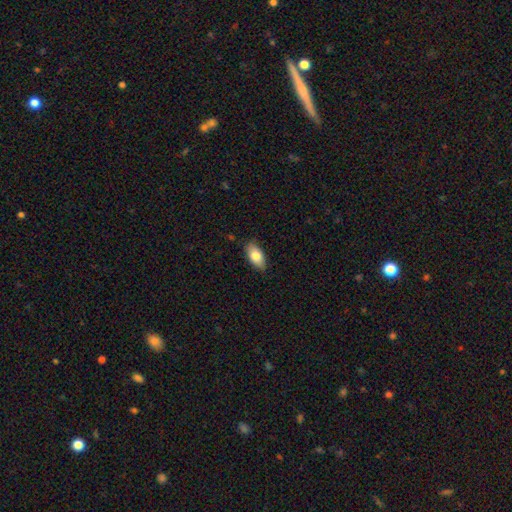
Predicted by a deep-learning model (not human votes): Smooth or featured: smooth — 80% (featured or disk — 14%)
How rounded: in between — 92% (cigar-shaped — 5%)
Merging: none — 85% (minor disturbance — 12%)